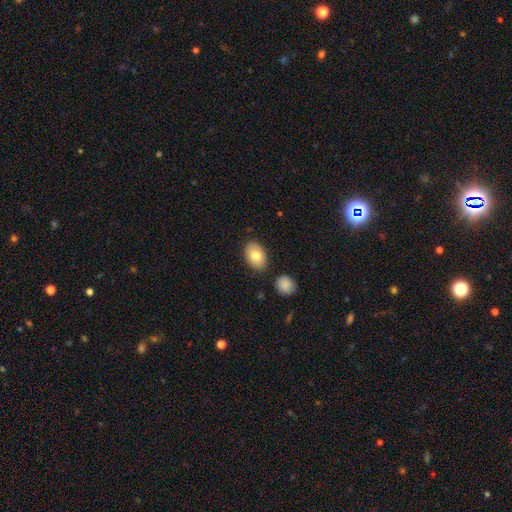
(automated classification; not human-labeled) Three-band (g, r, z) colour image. It shows a smooth galaxy with no disk features (80%) that is in between round and cigar-shaped (87%). Merging: none (83%).